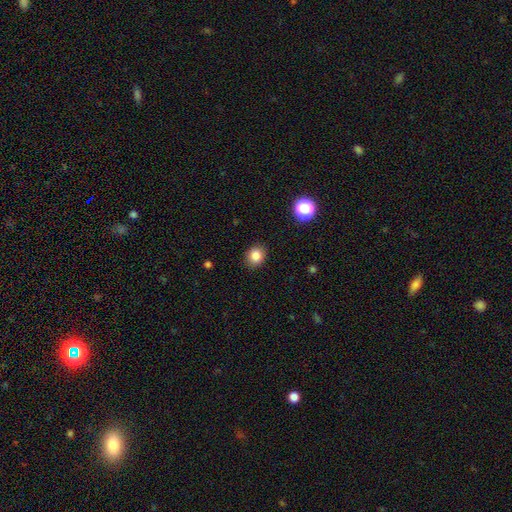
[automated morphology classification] Smooth or featured?
  - smooth: 84% *
  - star or artifact: 11%
  - featured or disk: 5%
How rounded?
  - round: 63% *
  - in between: 36%
  - cigar-shaped: 1%
Merging?
  - none: 88% *
  - minor disturbance: 9%
  - major disturbance: 2%
  - merger: 1%